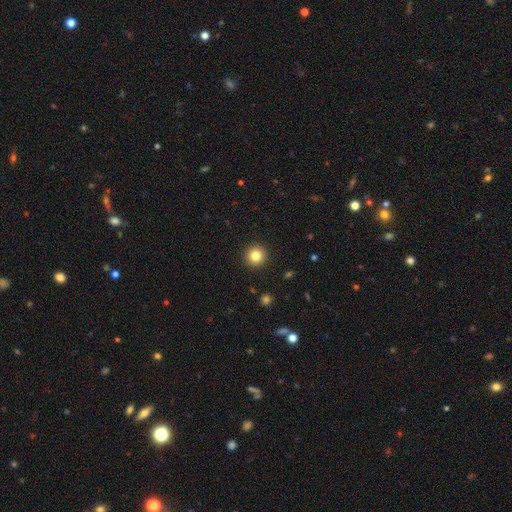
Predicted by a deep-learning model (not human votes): Smooth or featured? Predicted: smooth (p=0.83). How rounded? Predicted: round (p=0.96). Merging? Predicted: none (p=0.93).